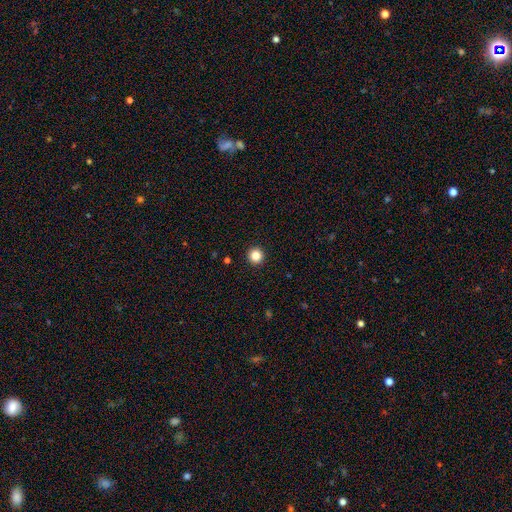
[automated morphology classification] A smooth galaxy with no disk features (85%) that is round (96%). Merging: none (94%).